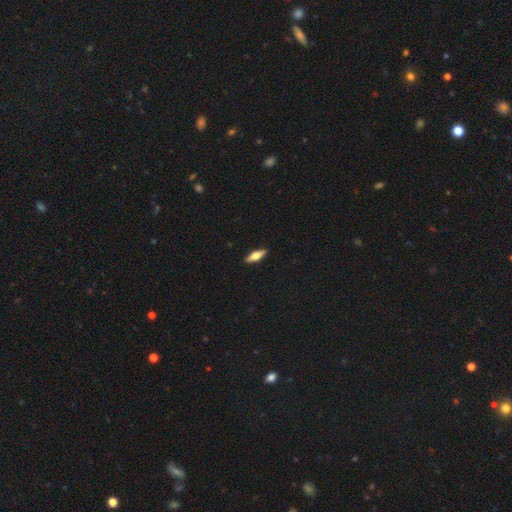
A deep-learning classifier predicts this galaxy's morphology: Smooth or featured? Predicted: featured or disk (p=0.47, tied with smooth). Merging? Predicted: none (p=0.91).